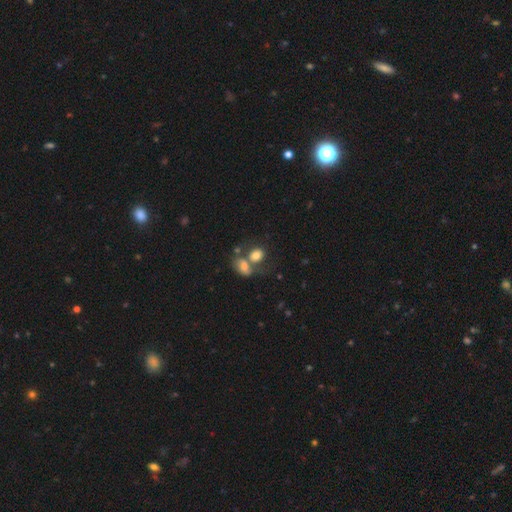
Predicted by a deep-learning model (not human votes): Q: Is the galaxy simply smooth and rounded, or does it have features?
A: smooth — 76%.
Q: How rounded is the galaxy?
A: in between — 54%.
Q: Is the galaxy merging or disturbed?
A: merger — 53%.